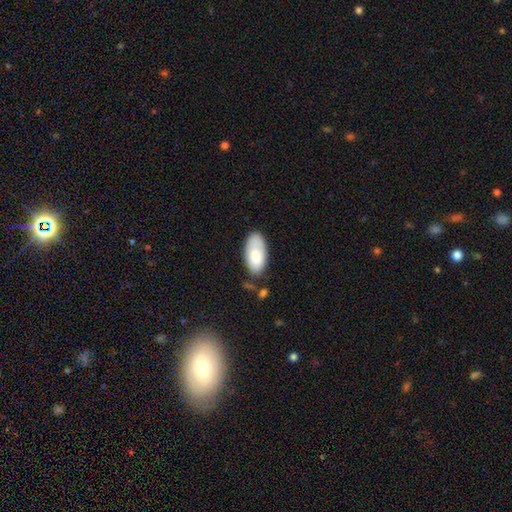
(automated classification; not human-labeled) smooth 83%, featured or disk 11%, star or artifact 6%. Down the decision tree: how rounded — in between (95%); merging — none (67%).